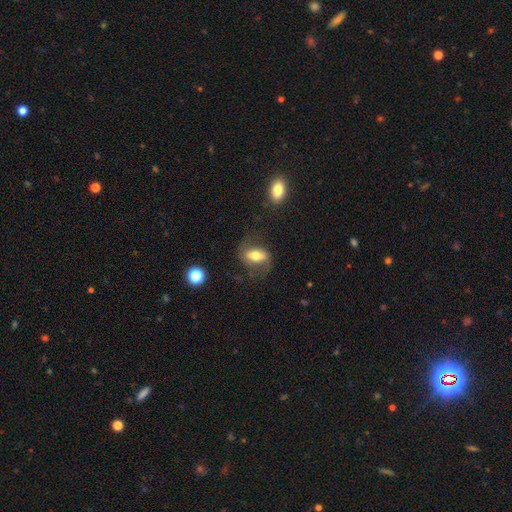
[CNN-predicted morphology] Smooth or featured: smooth — 46% (featured or disk — 45%)
Merging: none — 65% (minor disturbance — 19%)